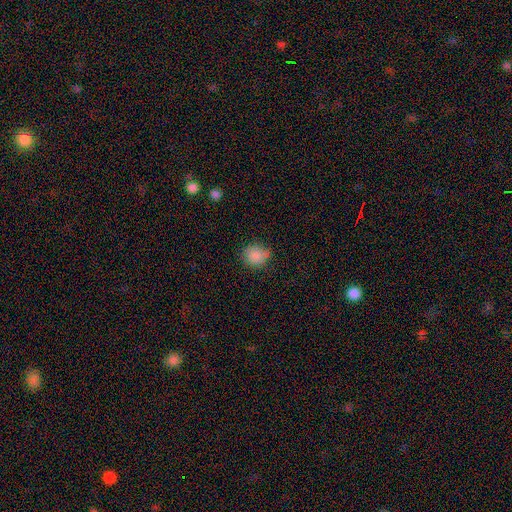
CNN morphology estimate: smooth-or-featured: smooth: 85% | star or artifact: 10% | featured or disk: 5%
  how-rounded: round: 74% | in between: 25% | cigar-shaped: 1%
  merging: none: 68% | minor disturbance: 25% | major disturbance: 5% | merger: 3%